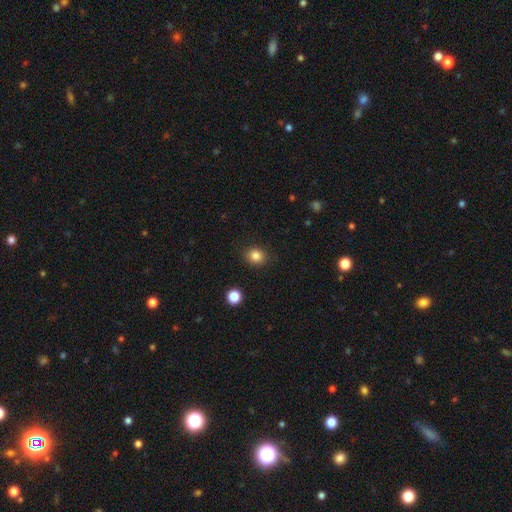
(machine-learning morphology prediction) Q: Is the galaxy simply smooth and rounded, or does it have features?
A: smooth — 84%.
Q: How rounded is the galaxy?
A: round — 70%.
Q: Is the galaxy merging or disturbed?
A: none — 88%.